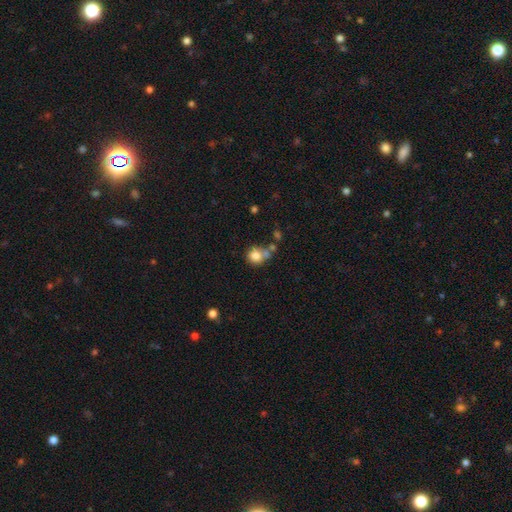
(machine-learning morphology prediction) A smooth galaxy with no disk features (80%) that is round (83%). Merging: none (50%).